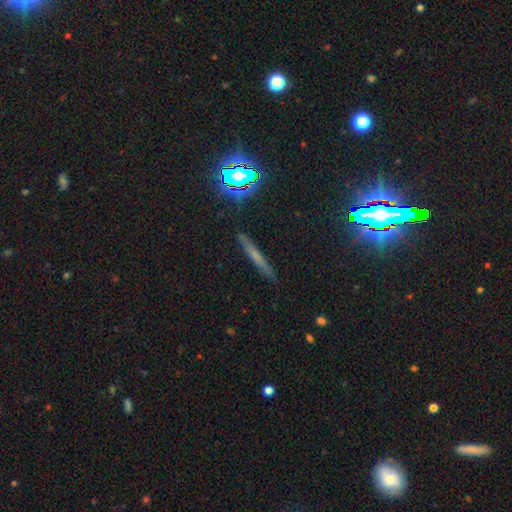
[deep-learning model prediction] smooth-or-featured: smooth: 43% | featured or disk: 37% | star or artifact: 21%
  merging: none: 88% | minor disturbance: 9% | major disturbance: 2% | merger: 2%